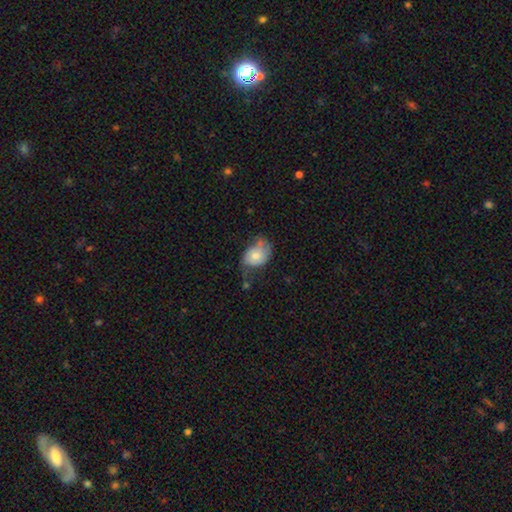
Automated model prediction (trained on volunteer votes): Smooth or featured?
  - smooth: 61% *
  - featured or disk: 31%
  - star or artifact: 8%
How rounded?
  - in between: 72% *
  - round: 27%
  - cigar-shaped: 1%
Merging?
  - minor disturbance: 37% *
  - none: 36%
  - major disturbance: 21%
  - merger: 7%